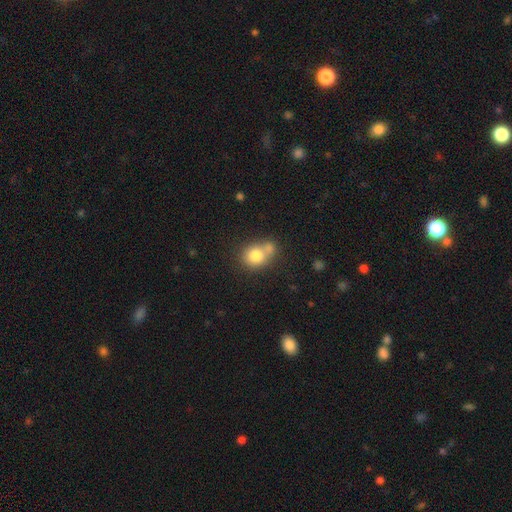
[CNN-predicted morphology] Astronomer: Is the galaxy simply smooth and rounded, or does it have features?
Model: smooth — 78%.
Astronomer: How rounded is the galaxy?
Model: round — 65%.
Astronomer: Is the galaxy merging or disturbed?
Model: merger — 44% (runner-up: none, 38%).